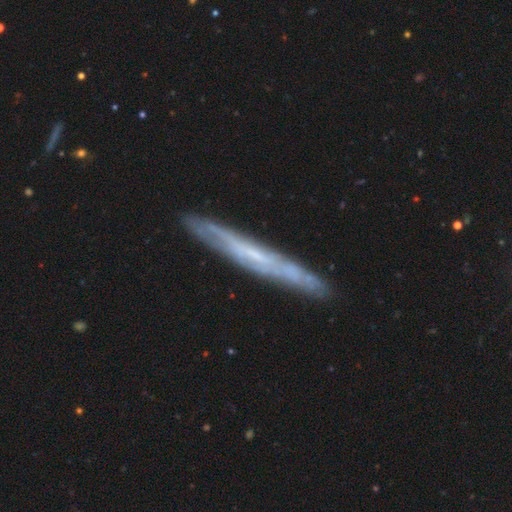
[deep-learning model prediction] Smooth or featured? Predicted: featured or disk (p=0.68). Edge-on disk? Predicted: yes (p=0.84). Edge-on bulge? Predicted: none (p=0.80). Merging? Predicted: none (p=0.85).